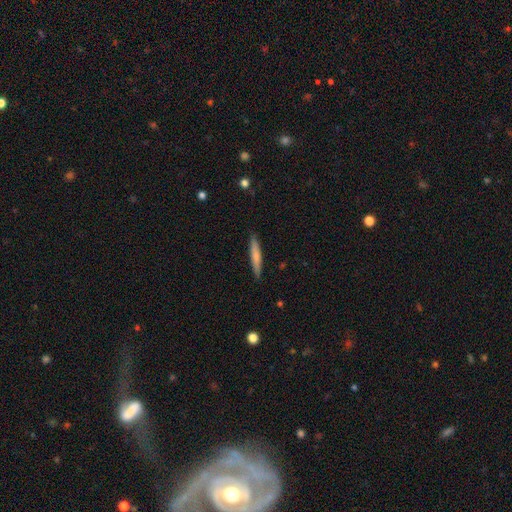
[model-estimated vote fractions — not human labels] A smooth galaxy with no disk features (71%) that is cigar-shaped (93%). Merging: none (90%).